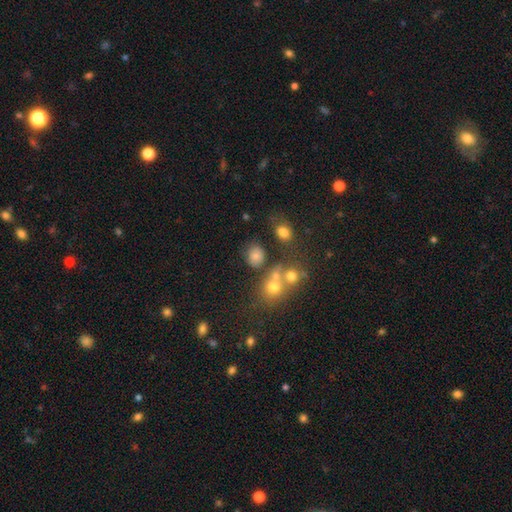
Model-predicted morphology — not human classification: The model was most divided on "how rounded": round: 62%, in between: 37%, cigar-shaped: 1%. More confident: smooth or featured — smooth (76%); merging — none (67%).